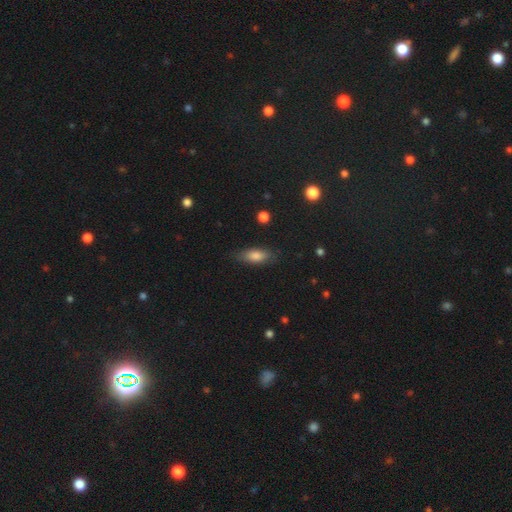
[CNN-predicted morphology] This appears to be a smooth galaxy with no disk features (80%) that is in between round and cigar-shaped (75%). Merging: none (79%).